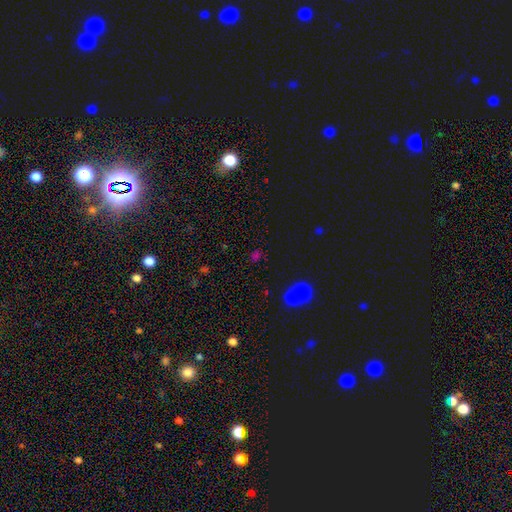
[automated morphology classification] Smooth or featured? Predicted: smooth (p=0.59). How rounded? Predicted: round (p=0.64). Merging? Predicted: none (p=0.54).